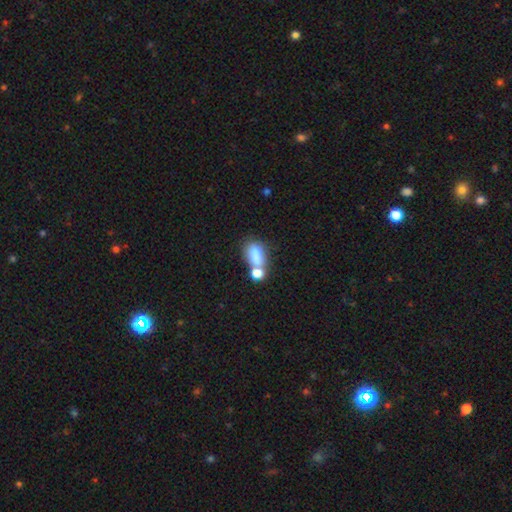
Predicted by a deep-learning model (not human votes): A smooth galaxy with no disk features (75%) that is in between round and cigar-shaped (79%). Merging: merger (45%).